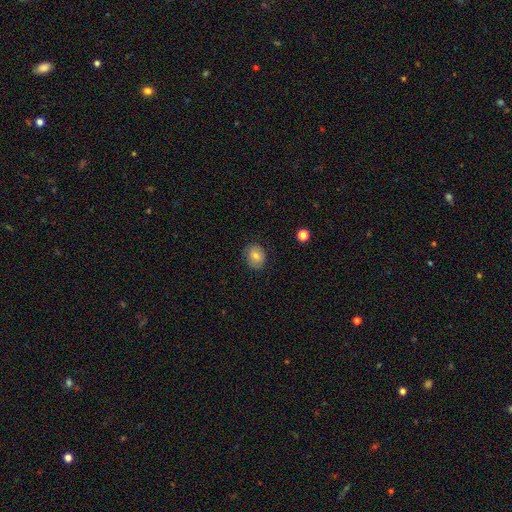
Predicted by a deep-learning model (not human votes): Smooth or featured? Predicted: smooth (p=0.76). How rounded? Predicted: round (p=0.55). Merging? Predicted: none (p=0.82).